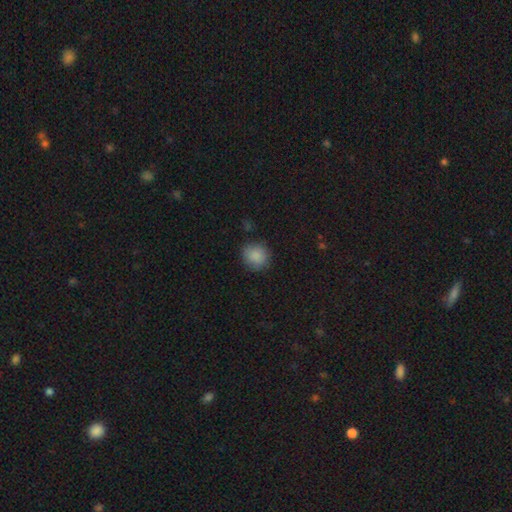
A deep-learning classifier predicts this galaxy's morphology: Overall: smooth (87%). How rounded: round (88%). Merging: none (83%).